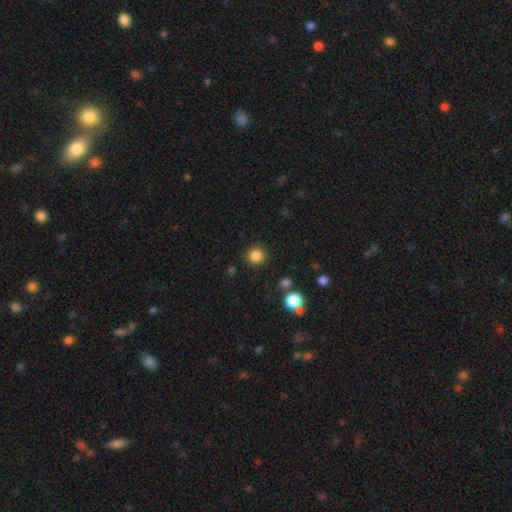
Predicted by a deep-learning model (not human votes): Smooth or featured: smooth — 85% (star or artifact — 11%)
How rounded: round — 92% (in between — 7%)
Merging: none — 88% (minor disturbance — 7%)